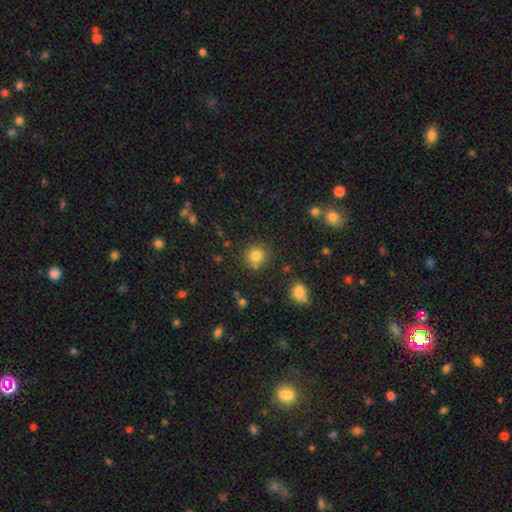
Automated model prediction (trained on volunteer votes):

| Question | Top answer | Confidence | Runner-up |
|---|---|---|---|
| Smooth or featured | smooth | 82% | star or artifact (12%) |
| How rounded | round | 88% | in between (11%) |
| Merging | none | 77% | minor disturbance (12%) |